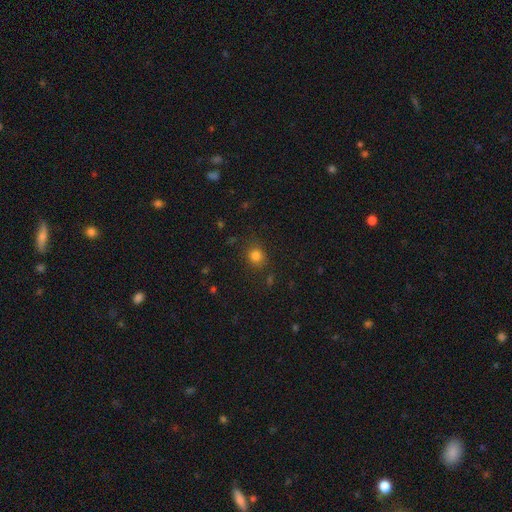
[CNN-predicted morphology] Smooth or featured?
  - smooth: 81% *
  - star or artifact: 14%
  - featured or disk: 5%
How rounded?
  - round: 81% *
  - in between: 18%
  - cigar-shaped: 1%
Merging?
  - none: 84% *
  - minor disturbance: 11%
  - major disturbance: 4%
  - merger: 2%